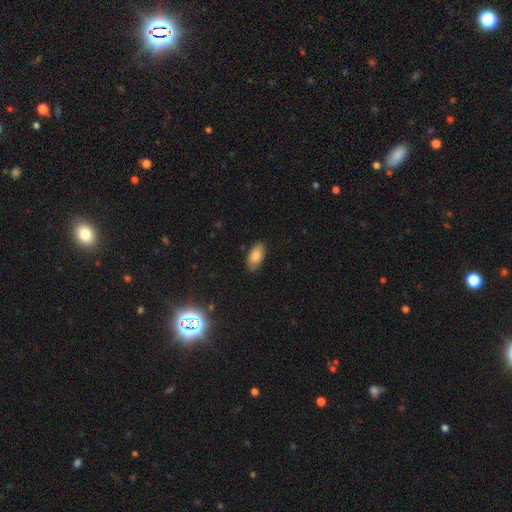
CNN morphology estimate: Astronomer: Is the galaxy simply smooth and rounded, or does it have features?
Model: smooth — 84%.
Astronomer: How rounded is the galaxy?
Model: in between — 94%.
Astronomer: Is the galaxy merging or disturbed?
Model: none — 83%.